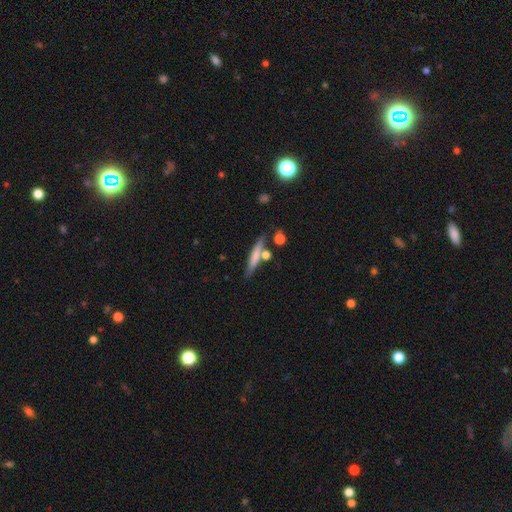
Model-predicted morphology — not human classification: A smooth galaxy with no disk features (60%) that is cigar-shaped (87%).

Vote fractions:
- Smooth or featured? smooth: 60% / featured or disk: 33% / star or artifact: 7%
- How rounded? cigar-shaped: 87% / in between: 10% / round: 3%
- Merging? none: 70% / merger: 13% / minor disturbance: 13% / major disturbance: 4%